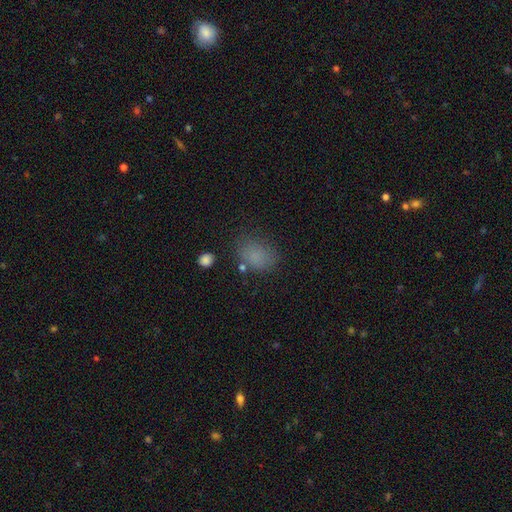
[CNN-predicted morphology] Smooth or featured? Predicted: smooth (p=0.78). How rounded? Predicted: in between (p=0.64). Merging? Predicted: none (p=0.68).